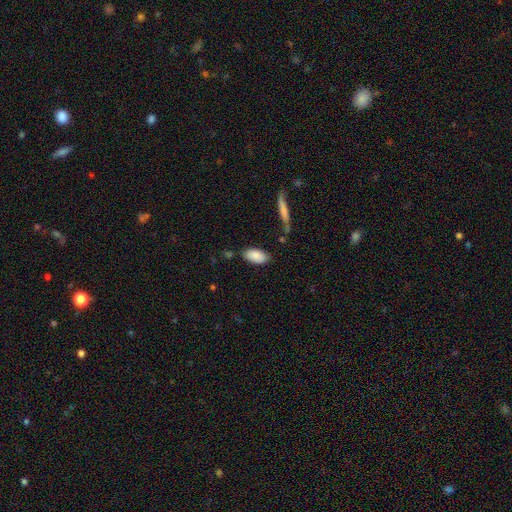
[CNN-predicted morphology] type=smooth (86%); roundness=in between (93%); merging=none (79%).